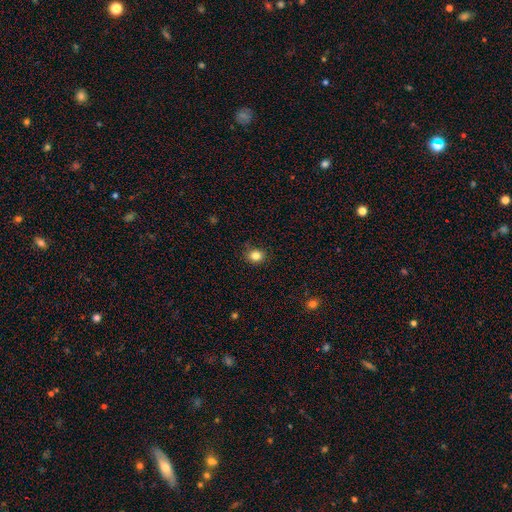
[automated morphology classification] Smooth or featured? Predicted: smooth (p=0.83). How rounded? Predicted: round (p=0.60). Merging? Predicted: none (p=0.87).